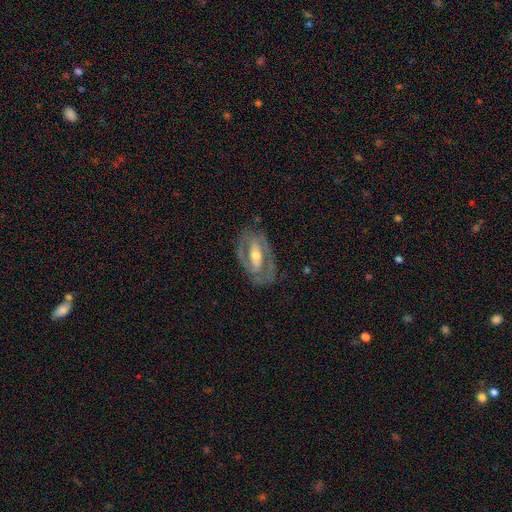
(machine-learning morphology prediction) This appears to be a featured or disk galaxy (77%) with a strong bar (46%), spiral arms (60%) and a moderate central bulge (60%). Merging: none (76%).